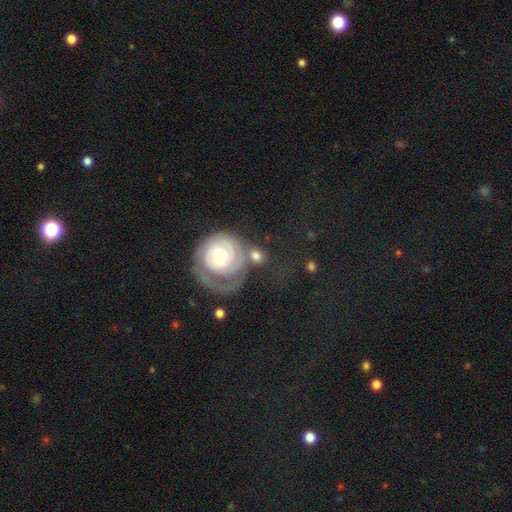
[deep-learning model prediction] Morphology: type=smooth (47%); merging=none (45%).